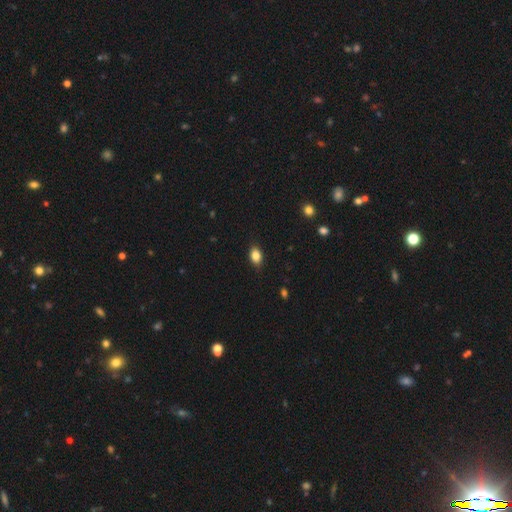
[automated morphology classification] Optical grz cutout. It shows a smooth galaxy with no disk features (85%) that is in between round and cigar-shaped (81%). Merging: none (86%).